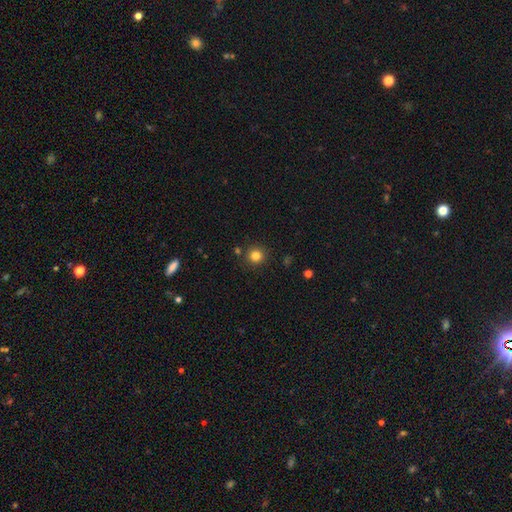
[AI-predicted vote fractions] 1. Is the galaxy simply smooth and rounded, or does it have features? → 82% smooth, 13% star or artifact, 5% featured or disk.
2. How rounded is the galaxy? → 94% round, 5% in between, 1% cigar-shaped.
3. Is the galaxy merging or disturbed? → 87% none, 7% minor disturbance, 4% merger, 2% major disturbance.